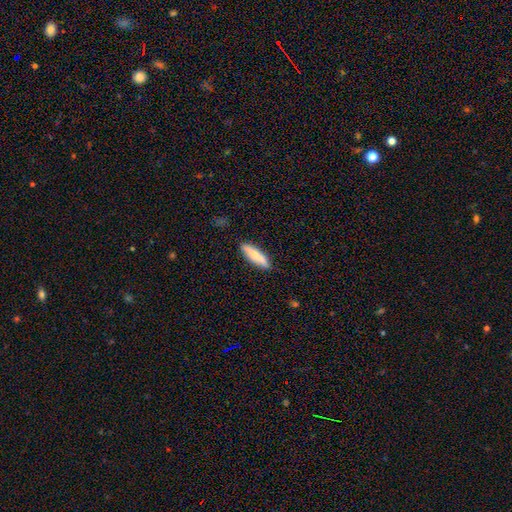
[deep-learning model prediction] Smooth or featured? Predicted: smooth (p=0.76). How rounded? Predicted: cigar-shaped (p=0.63). Merging? Predicted: none (p=0.87).